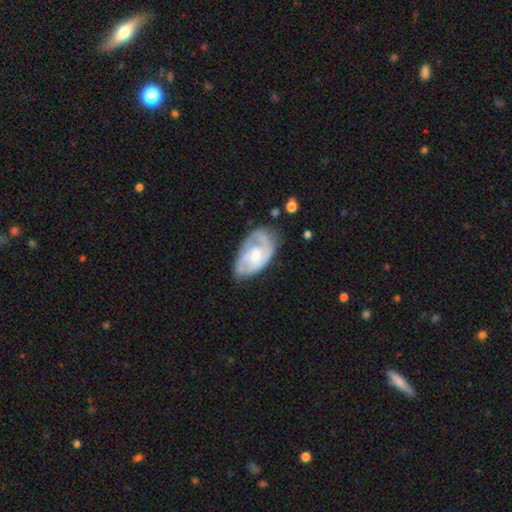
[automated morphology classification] Overall: featured or disk (74%). Edge-on disk: no (96%). Bar: no (64%; weak 31%). Spiral arms: yes (87%). Spiral arm count: 2 (46%; can't tell 28%). Spiral winding: tight (47%; medium 40%). Bulge size: moderate (49%; small 42%). Merging: none (61%; minor disturbance 27%).